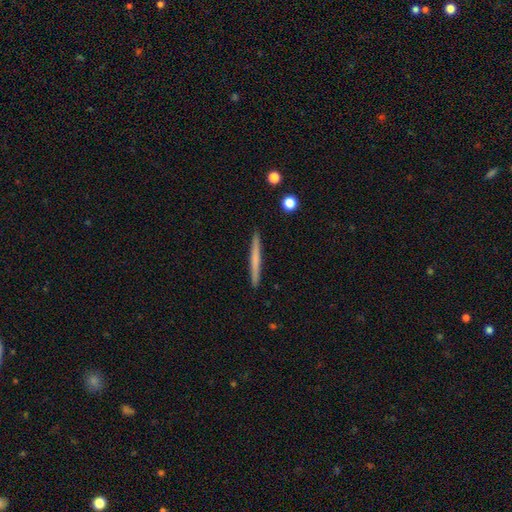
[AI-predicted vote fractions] Morphology: type=smooth (51%); roundness=cigar-shaped (97%); merging=none (92%).